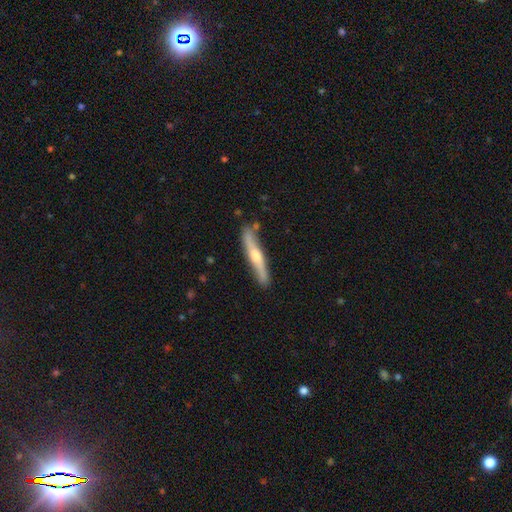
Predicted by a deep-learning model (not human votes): This is likely a featured or disk galaxy (62%). It is clearly viewed edge-on (90%). Edge-on bulge: clearly rounded (88%). Merging: clearly none (81%).